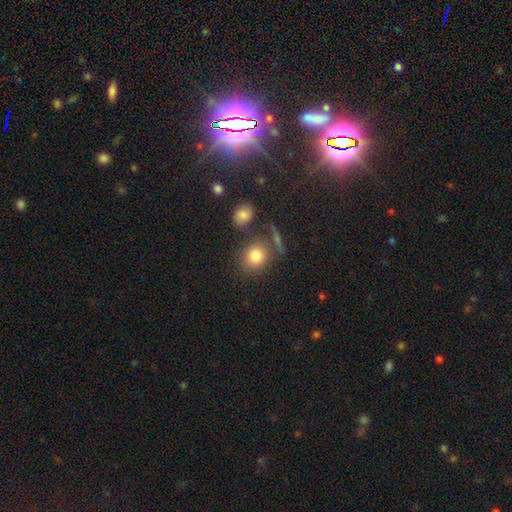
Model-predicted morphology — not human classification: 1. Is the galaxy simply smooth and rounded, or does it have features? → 81% smooth, 10% star or artifact, 8% featured or disk.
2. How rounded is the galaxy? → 69% round, 29% in between, 2% cigar-shaped.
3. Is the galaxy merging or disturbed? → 67% none, 14% merger, 12% minor disturbance, 6% major disturbance.